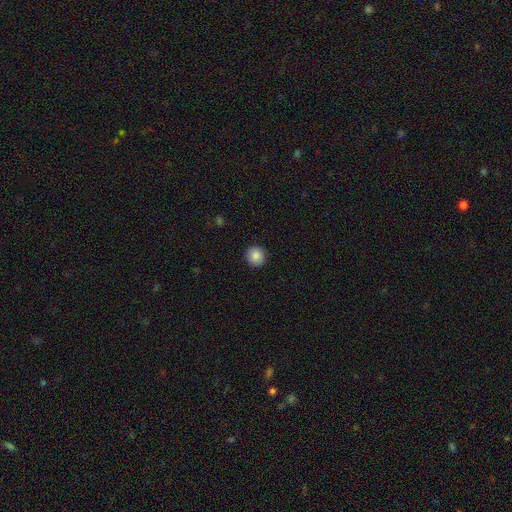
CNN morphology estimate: A smooth galaxy with no disk features (87%) that is round (93%). Merging: none (92%).